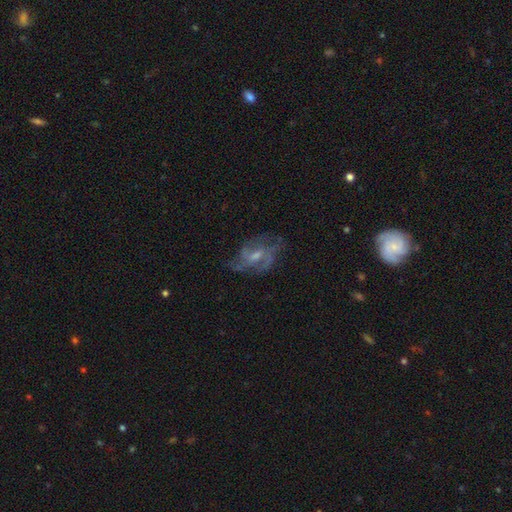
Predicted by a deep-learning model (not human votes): featured or disk 76%, smooth 13%, star or artifact 11%. Down the decision tree: edge-on disk — no (96%); bar — weak (47%); spiral arms — yes (89%); spiral arm count — 3 (30%); spiral winding — medium (49%); bulge size — moderate (46%); merging — none (64%).